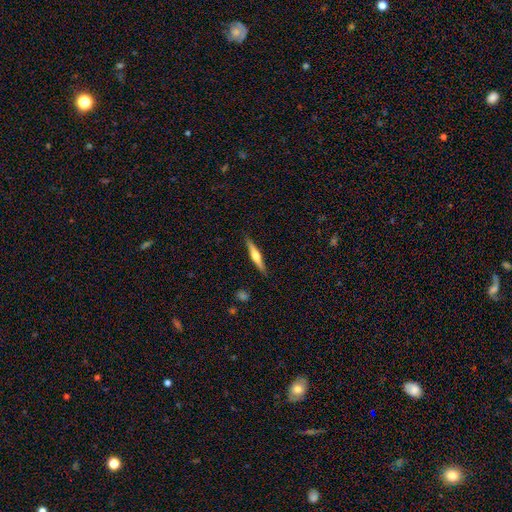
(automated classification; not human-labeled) Smooth or featured: featured or disk — 59% (smooth — 36%)
Edge-on disk: yes — 97% (no — 3%)
Edge-on bulge: rounded — 90% (boxy — 5%)
Merging: none — 89% (minor disturbance — 8%)